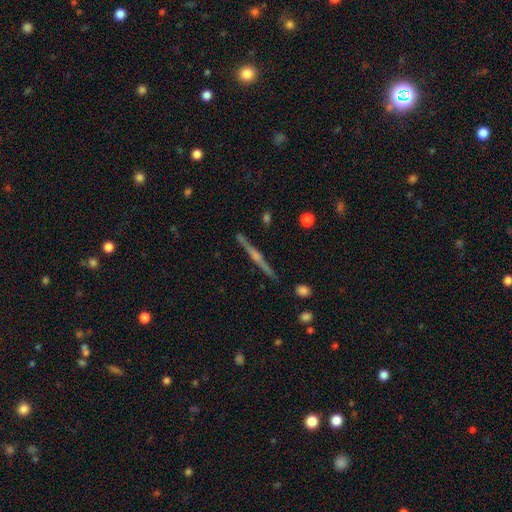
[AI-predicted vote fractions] This appears to be a featured or disk galaxy (63%) viewed edge-on (93%) with a rounded central bulge (68%). Merging: none (84%).